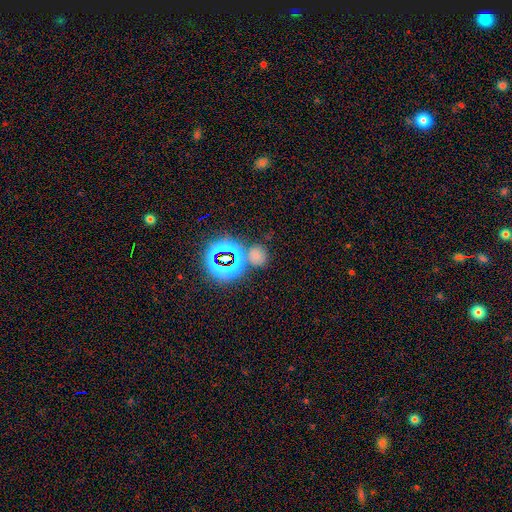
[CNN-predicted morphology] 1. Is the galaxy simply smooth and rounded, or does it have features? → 50% smooth, 44% star or artifact, 7% featured or disk.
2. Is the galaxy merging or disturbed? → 69% none, 15% merger, 11% minor disturbance, 5% major disturbance.